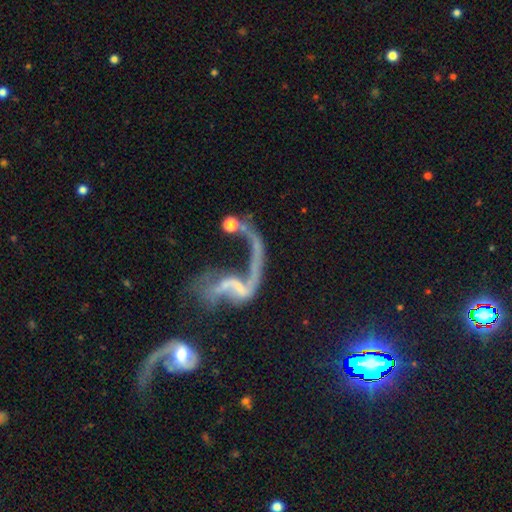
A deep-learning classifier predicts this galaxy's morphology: smooth-or-featured: featured or disk: 68% | star or artifact: 18% | smooth: 14%
  disk-edge-on: no: 92% | yes: 8%
    bar: no: 55% | weak: 27% | strong: 18%
    has-spiral-arms: yes: 66% | no: 34%
    bulge-size: small: 42% | none: 37% | moderate: 16% | large: 3% | dominant: 2%
  merging: merger: 40% | major disturbance: 33% | none: 18% | minor disturbance: 9%